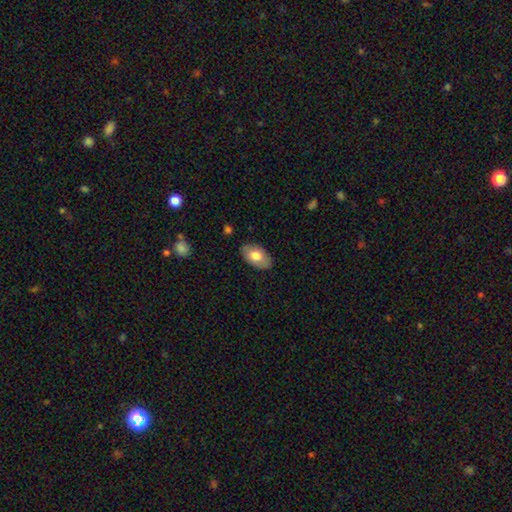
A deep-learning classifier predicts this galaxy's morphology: A smooth galaxy with no disk features (73%) that is in between round and cigar-shaped (93%). Merging: none (84%).